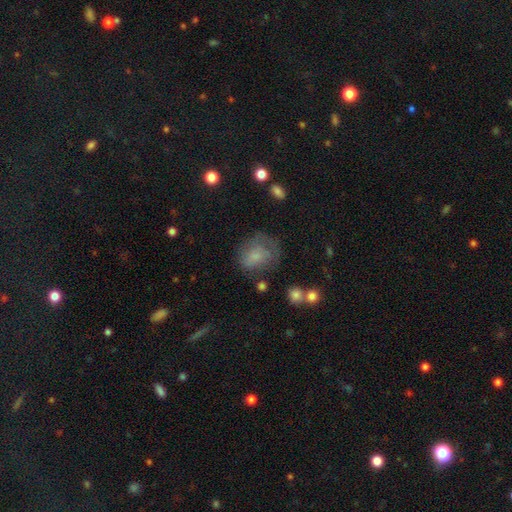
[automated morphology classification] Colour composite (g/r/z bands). It shows a smooth galaxy with no disk features (65%) that is in between round and cigar-shaped (52%). Merging: none (43%).